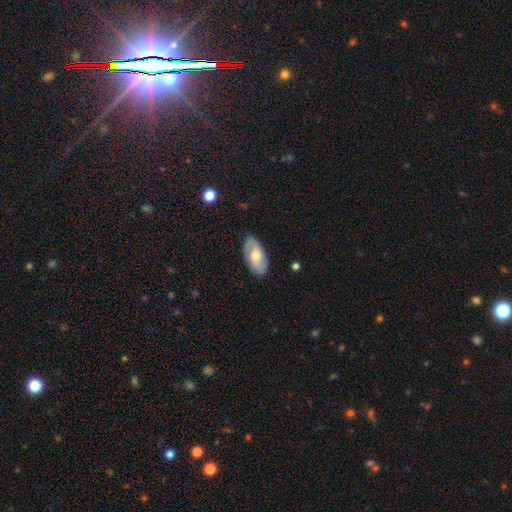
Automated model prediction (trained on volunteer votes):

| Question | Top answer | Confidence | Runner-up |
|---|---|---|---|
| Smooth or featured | smooth | 47% | tied: featured or disk (47%) |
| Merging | none | 84% | minor disturbance (12%) |